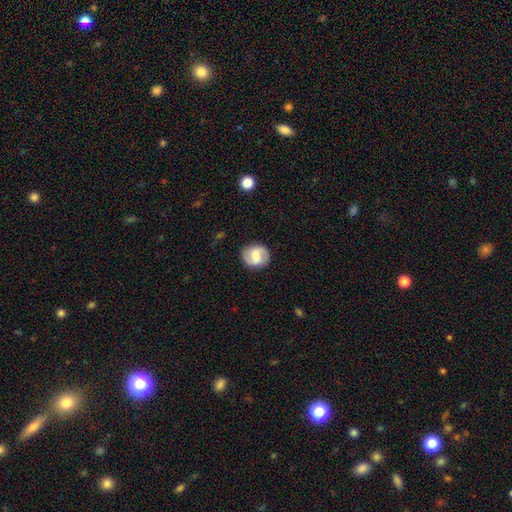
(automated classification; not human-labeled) Smooth or featured? Predicted: featured or disk (p=0.54). Edge-on disk? Predicted: no (p=0.97). Bar? Predicted: weak (p=0.50). Spiral arms? Predicted: yes (p=0.82). Bulge size? Predicted: moderate (p=0.50). Merging? Predicted: none (p=0.85).